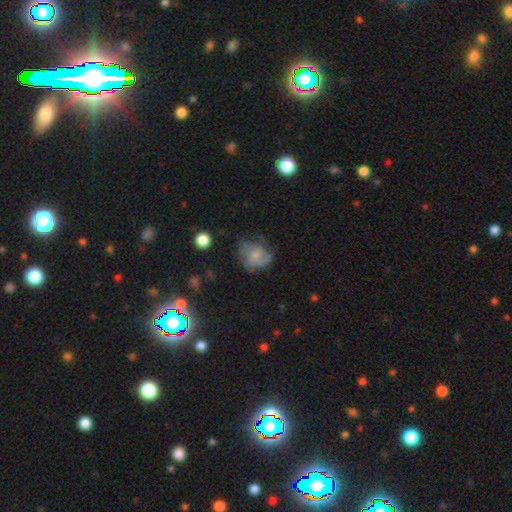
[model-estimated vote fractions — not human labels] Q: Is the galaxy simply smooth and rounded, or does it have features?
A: featured or disk — 50%.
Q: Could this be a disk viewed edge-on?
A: no — 97%.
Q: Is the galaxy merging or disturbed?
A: none — 50%.